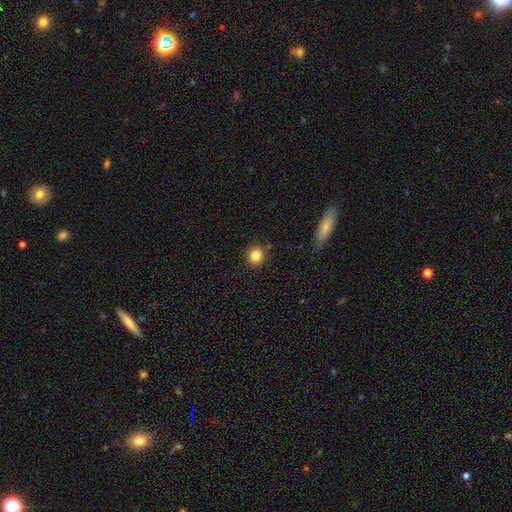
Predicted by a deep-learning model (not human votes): smooth_or_featured: smooth (p=0.84) [alt: star or artifact p=0.11]
how_rounded: round (p=0.85) [alt: in between p=0.14]
merging: none (p=0.85) [alt: minor disturbance p=0.09]